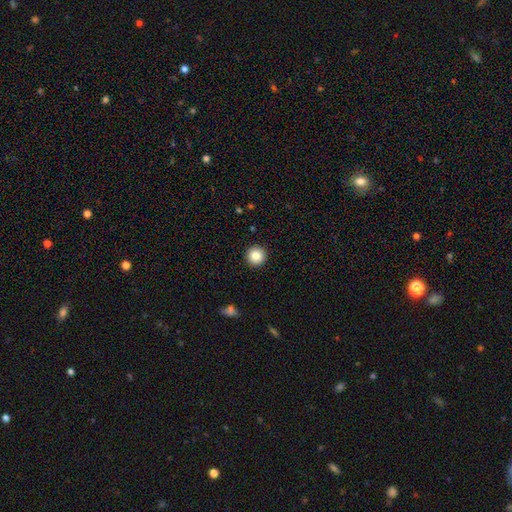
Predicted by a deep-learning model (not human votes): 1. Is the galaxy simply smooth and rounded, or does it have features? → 85% smooth, 9% star or artifact, 5% featured or disk.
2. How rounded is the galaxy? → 96% round, 3% in between, 1% cigar-shaped.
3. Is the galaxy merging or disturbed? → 93% none, 4% minor disturbance, 1% major disturbance, 1% merger.